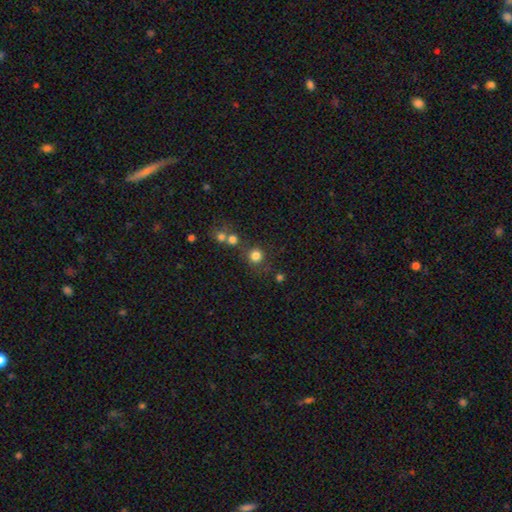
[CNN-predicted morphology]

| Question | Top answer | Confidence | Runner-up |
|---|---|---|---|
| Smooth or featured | smooth | 79% | star or artifact (15%) |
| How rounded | round | 92% | in between (7%) |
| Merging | none | 73% | merger (13%) |